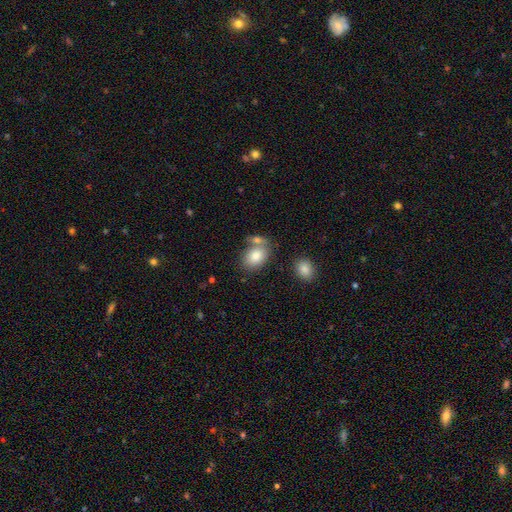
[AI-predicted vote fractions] This appears to be a smooth galaxy with no disk features (82%) that is in between round and cigar-shaped (81%). Merging: none (53%).